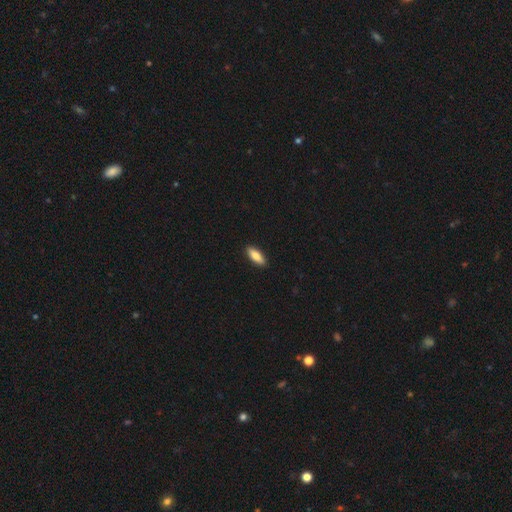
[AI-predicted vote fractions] A smooth galaxy with no disk features (82%) that is in between round and cigar-shaped (71%).

Vote fractions:
- Smooth or featured? smooth: 82% / featured or disk: 12% / star or artifact: 6%
- How rounded? in between: 71% / cigar-shaped: 27% / round: 2%
- Merging? none: 91% / minor disturbance: 7% / major disturbance: 1% / merger: 1%